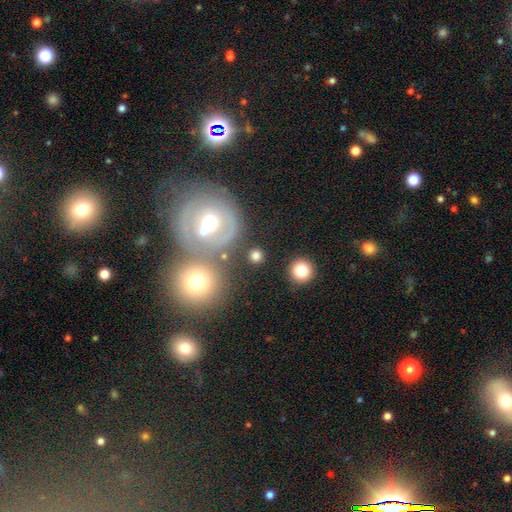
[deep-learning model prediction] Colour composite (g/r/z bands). It shows a smooth galaxy with no disk features (75%) that is round (89%). Merging: none (76%).